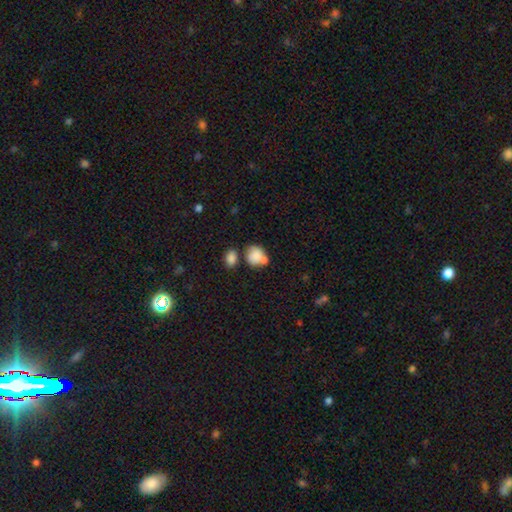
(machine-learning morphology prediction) smooth-or-featured: smooth: 81% | featured or disk: 11% | star or artifact: 8%
  how-rounded: round: 61% | in between: 38% | cigar-shaped: 1%
  merging: none: 39% | merger: 38% | minor disturbance: 16% | major disturbance: 6%